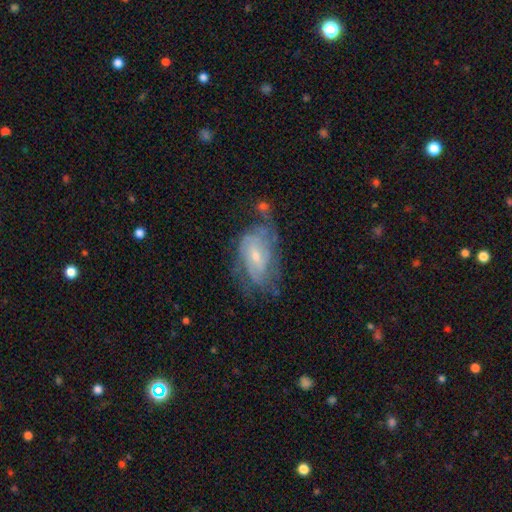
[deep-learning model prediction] smooth-or-featured: featured or disk: 78% | smooth: 15% | star or artifact: 7%
  disk-edge-on: no: 96% | yes: 4%
    bar: weak: 47% | no: 40% | strong: 12%
    has-spiral-arms: yes: 88% | no: 12%
      spiral-winding: tight: 51% | medium: 36% | loose: 13%
      spiral-arm-count: can't tell: 42% | 2: 27% | 3: 16% | 4: 7% | 1: 5% | more than 4: 4%
    bulge-size: small: 61% | moderate: 34% | none: 2% | large: 2% | dominant: 1%
  merging: none: 51% | minor disturbance: 25% | major disturbance: 19% | merger: 5%